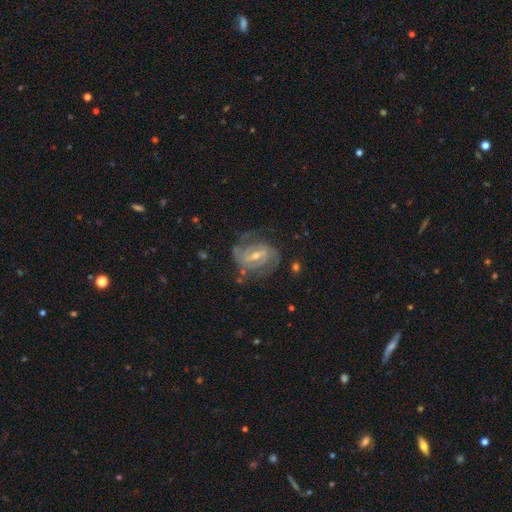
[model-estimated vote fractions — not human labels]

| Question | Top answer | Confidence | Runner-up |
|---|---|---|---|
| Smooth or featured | featured or disk | 85% | smooth (8%) |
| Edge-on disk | no | 96% | yes (4%) |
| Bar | weak | 46% | strong (39%) |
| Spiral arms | yes | 94% | no (6%) |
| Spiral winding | tight | 48% | medium (40%) |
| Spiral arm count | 2 | 59% | can't tell (19%) |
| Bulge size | small | 53% | moderate (43%) |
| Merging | none | 68% | minor disturbance (19%) |